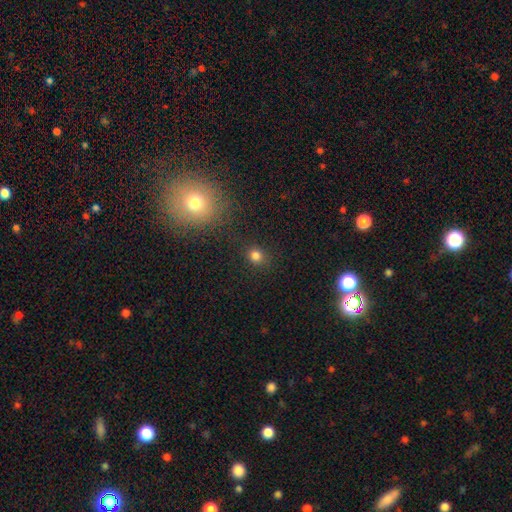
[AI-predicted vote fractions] Smooth or featured? smooth (80%)
How rounded? round (81%)
Merging? none (85%)